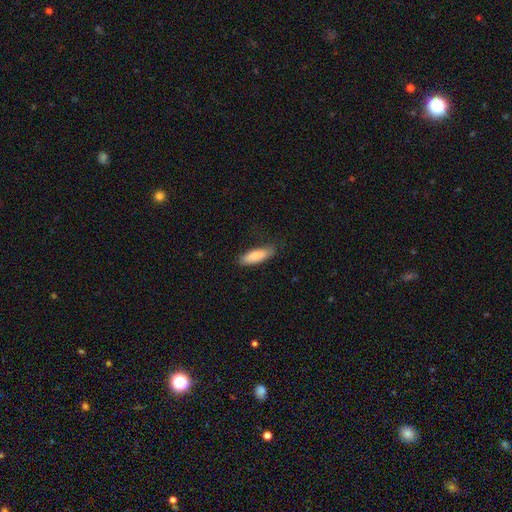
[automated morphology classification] This appears to be a smooth galaxy with no disk features (85%) that is in between round and cigar-shaped (50%). Merging: none (76%).